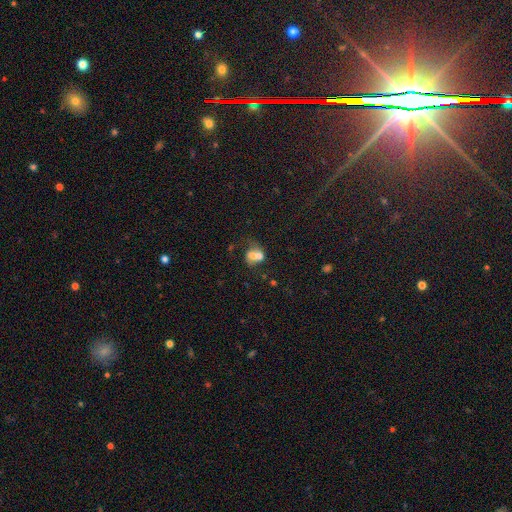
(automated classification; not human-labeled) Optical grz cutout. It shows a smooth galaxy with no disk features (59%) that is round (54%). Merging: merger (67%).